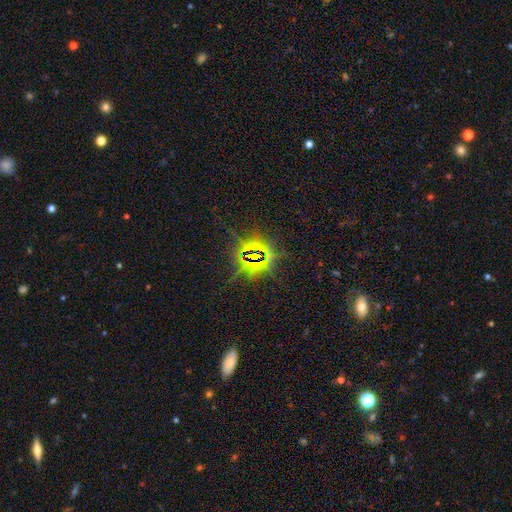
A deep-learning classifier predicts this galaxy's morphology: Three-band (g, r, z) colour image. It shows a star or artifact, not a galaxy (82%).